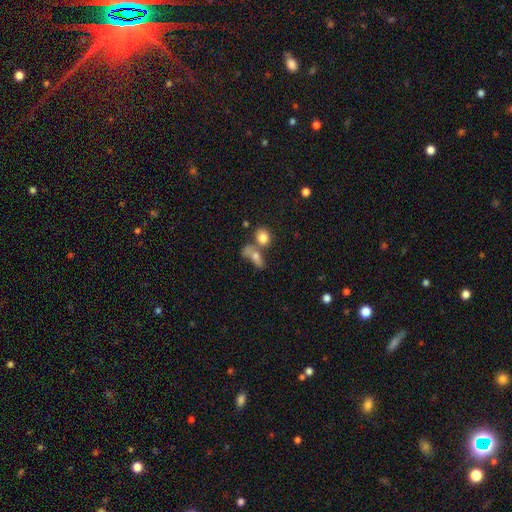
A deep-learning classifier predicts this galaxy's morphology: Smooth or featured? Predicted: smooth (p=0.68). How rounded? Predicted: in between (p=0.61). Merging? Predicted: merger (p=0.48).